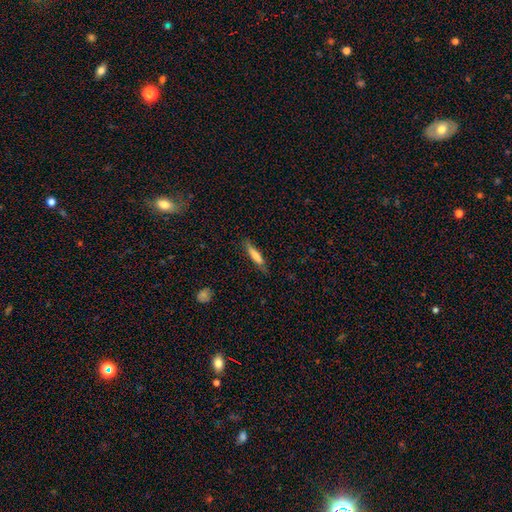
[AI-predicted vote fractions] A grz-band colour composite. It shows a smooth galaxy with no disk features (74%) that is cigar-shaped (82%). Merging: none (77%).